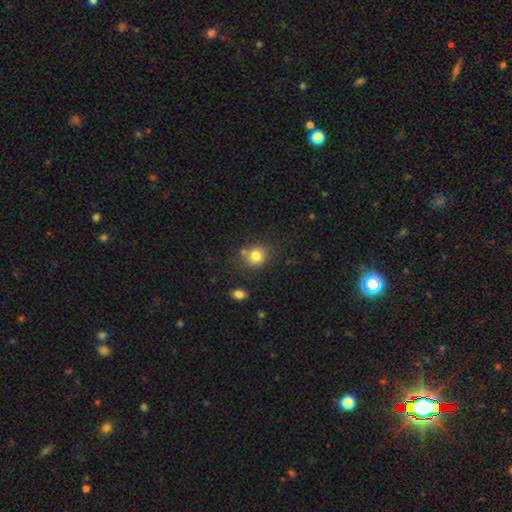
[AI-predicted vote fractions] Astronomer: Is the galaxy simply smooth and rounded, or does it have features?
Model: smooth — 80%.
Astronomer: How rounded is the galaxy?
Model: round — 84%.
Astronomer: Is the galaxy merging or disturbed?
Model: none — 74%.